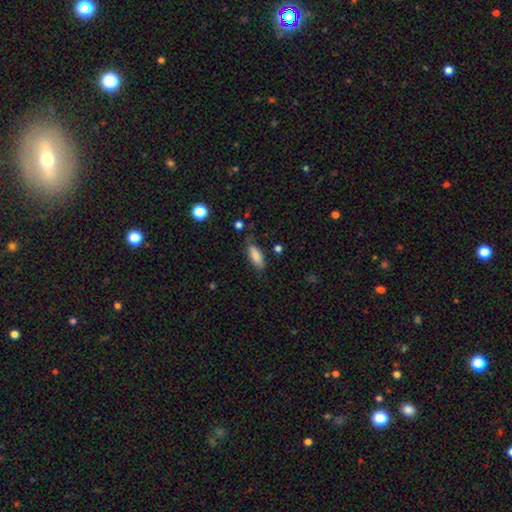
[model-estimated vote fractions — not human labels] Smooth or featured? Predicted: smooth (p=0.84). How rounded? Predicted: in between (p=0.74). Merging? Predicted: none (p=0.70).